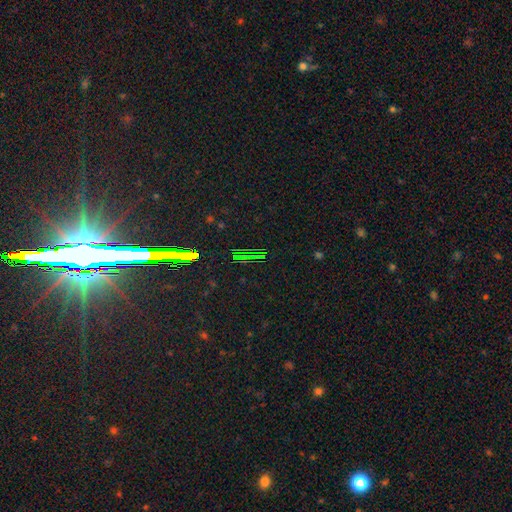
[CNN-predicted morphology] A star or artifact, not a galaxy (77%).